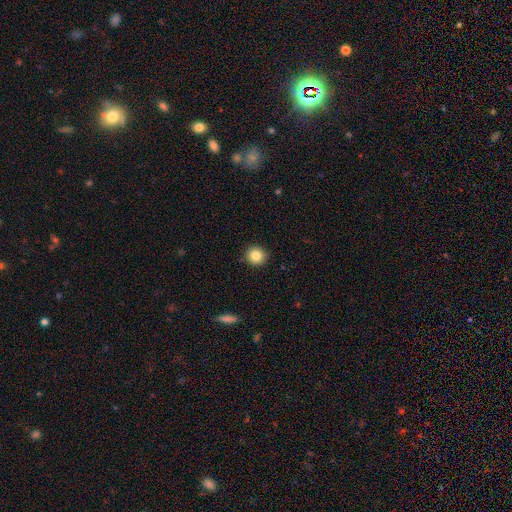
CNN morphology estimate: A smooth galaxy with no disk features (84%) that is round (92%). Merging: none (91%).